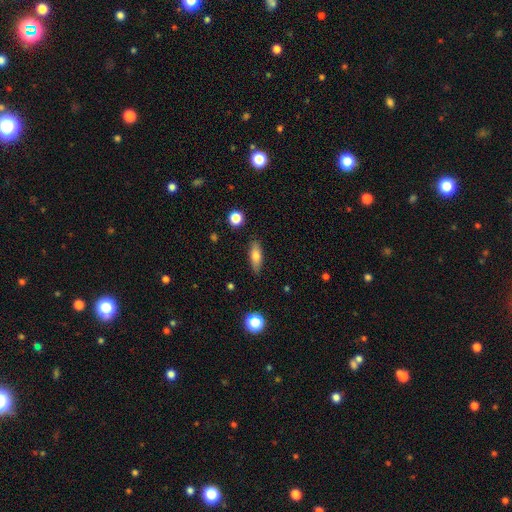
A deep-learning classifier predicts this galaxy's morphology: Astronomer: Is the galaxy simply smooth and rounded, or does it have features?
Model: smooth — 73%.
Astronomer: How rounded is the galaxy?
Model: in between — 61%.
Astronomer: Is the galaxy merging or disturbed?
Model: none — 85%.